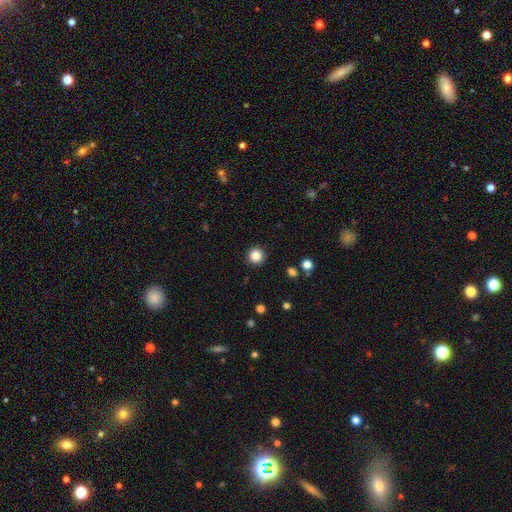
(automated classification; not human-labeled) Morphology: type=smooth (85%); roundness=round (95%); merging=none (92%).